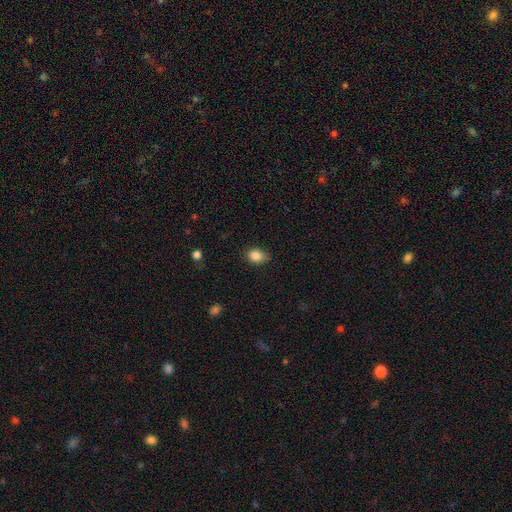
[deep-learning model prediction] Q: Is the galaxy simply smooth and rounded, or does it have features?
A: smooth — 87%.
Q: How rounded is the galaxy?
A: in between — 66%.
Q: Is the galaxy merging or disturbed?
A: none — 76%.